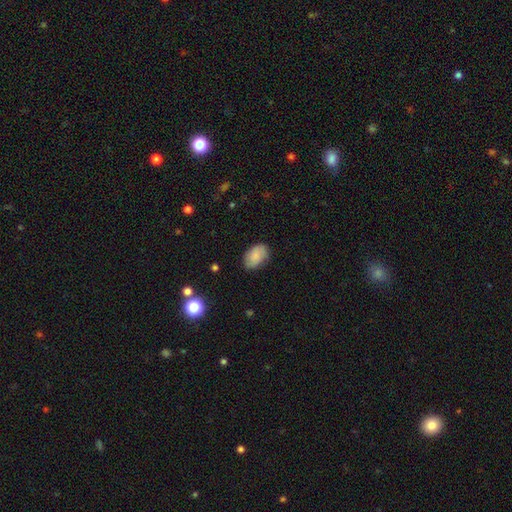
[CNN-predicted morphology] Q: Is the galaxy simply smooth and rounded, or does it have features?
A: smooth — 80%.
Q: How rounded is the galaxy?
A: in between — 88%.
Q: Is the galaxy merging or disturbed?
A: none — 76%.